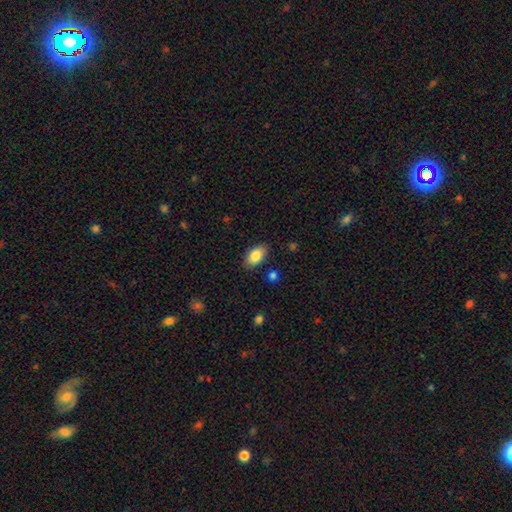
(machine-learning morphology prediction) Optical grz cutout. It shows a smooth galaxy with no disk features (85%) that is in between round and cigar-shaped (91%). Merging: none (83%).